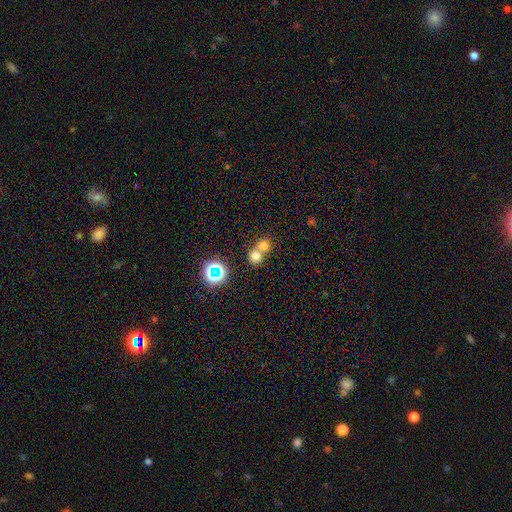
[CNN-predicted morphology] smooth-or-featured: smooth: 70% | star or artifact: 20% | featured or disk: 10%
  how-rounded: round: 83% | in between: 16% | cigar-shaped: 1%
  merging: merger: 52% | none: 41% | minor disturbance: 5% | major disturbance: 2%